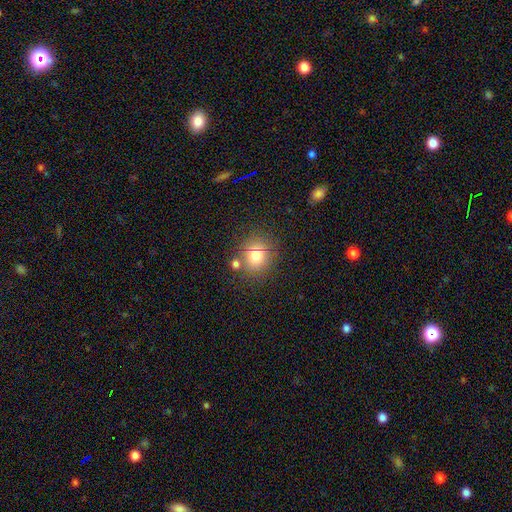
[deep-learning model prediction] Smooth or featured? Predicted: smooth (p=0.76). How rounded? Predicted: round (p=0.78). Merging? Predicted: none (p=0.72).